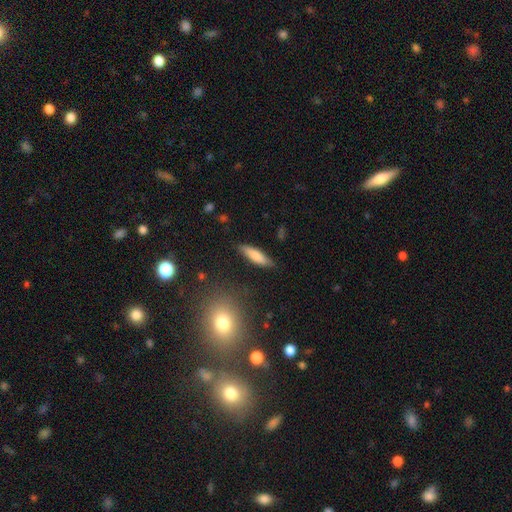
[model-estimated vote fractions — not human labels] Smooth or featured?
  - smooth: 76% *
  - featured or disk: 17%
  - star or artifact: 6%
How rounded?
  - cigar-shaped: 67% *
  - in between: 31%
  - round: 2%
Merging?
  - none: 84% *
  - minor disturbance: 12%
  - major disturbance: 3%
  - merger: 2%